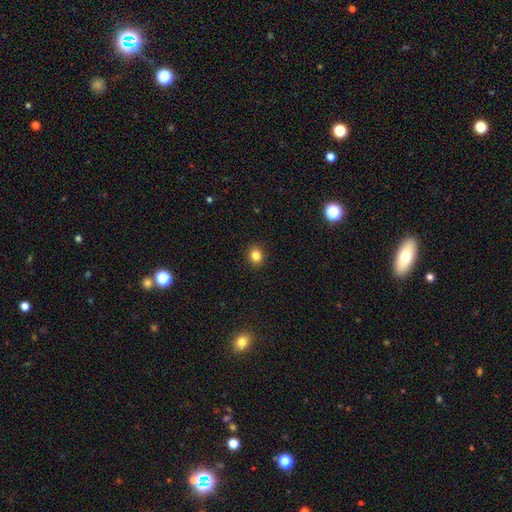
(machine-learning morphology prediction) Smooth or featured? Predicted: smooth (p=0.83). How rounded? Predicted: round (p=0.73). Merging? Predicted: none (p=0.90).